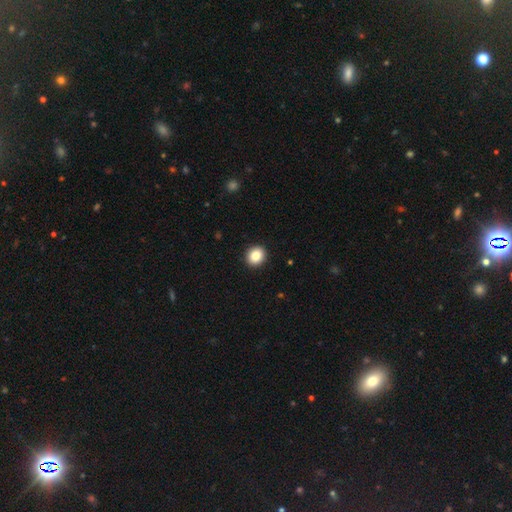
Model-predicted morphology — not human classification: Smooth or featured? Predicted: smooth (p=0.86). How rounded? Predicted: round (p=0.76). Merging? Predicted: none (p=0.93).